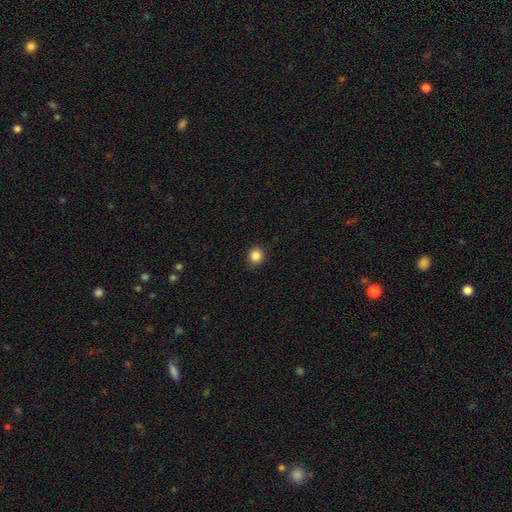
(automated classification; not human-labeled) Smooth or featured? Predicted: smooth (p=0.86). How rounded? Predicted: round (p=0.84). Merging? Predicted: none (p=0.88).